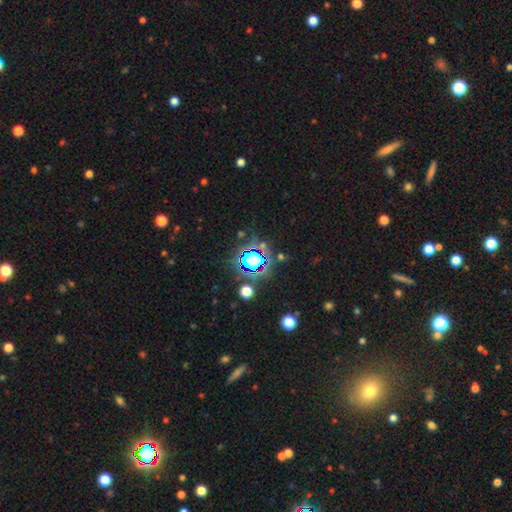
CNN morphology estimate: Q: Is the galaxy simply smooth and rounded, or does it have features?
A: star or artifact — 68%.